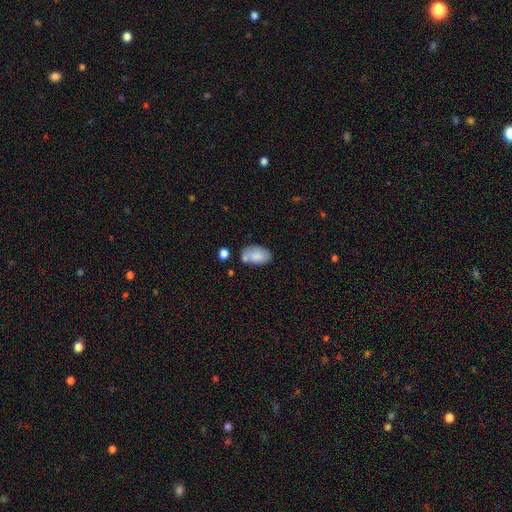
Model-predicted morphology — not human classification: smooth_or_featured: smooth (p=0.79) [alt: featured or disk p=0.13]
how_rounded: in between (p=0.92) [alt: round p=0.07]
merging: none (p=0.51) [alt: minor disturbance p=0.22]